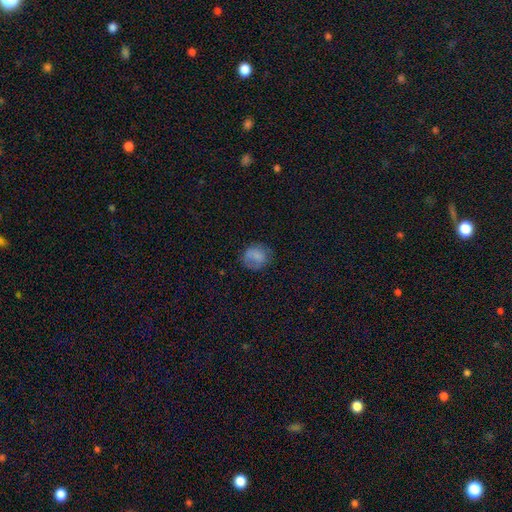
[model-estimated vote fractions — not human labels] smooth_or_featured: smooth (p=0.76) [alt: featured or disk p=0.14]
how_rounded: round (p=0.76) [alt: in between p=0.23]
merging: none (p=0.67) [alt: minor disturbance p=0.22]